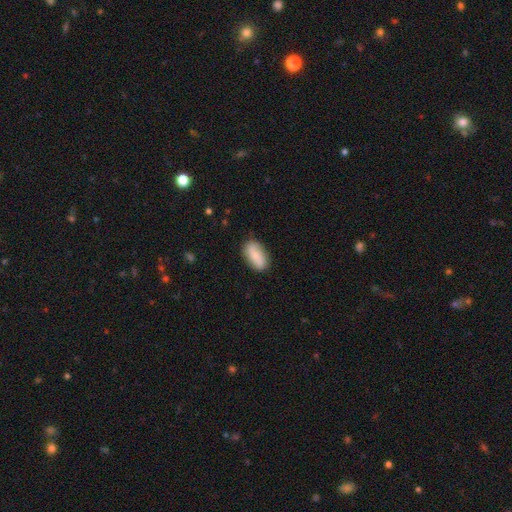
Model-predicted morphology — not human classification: A smooth galaxy with no disk features (72%) that is in between round and cigar-shaped (88%).

Vote fractions:
- Smooth or featured? smooth: 72% / featured or disk: 22% / star or artifact: 7%
- How rounded? in between: 88% / cigar-shaped: 7% / round: 4%
- Merging? none: 81% / minor disturbance: 14% / major disturbance: 3% / merger: 2%